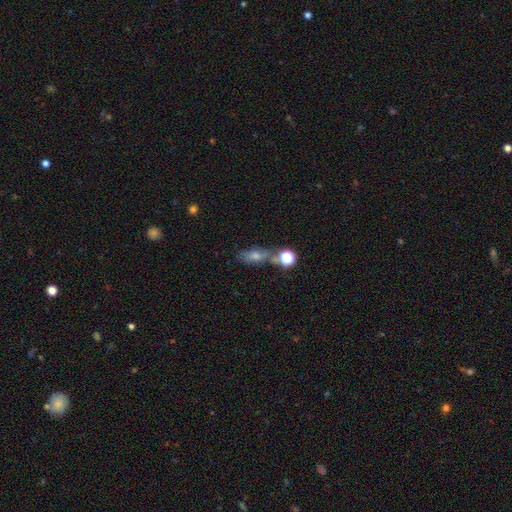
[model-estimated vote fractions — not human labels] This appears to be a smooth galaxy with no disk features (51%) that is in between round and cigar-shaped (58%). Merging: none (54%).